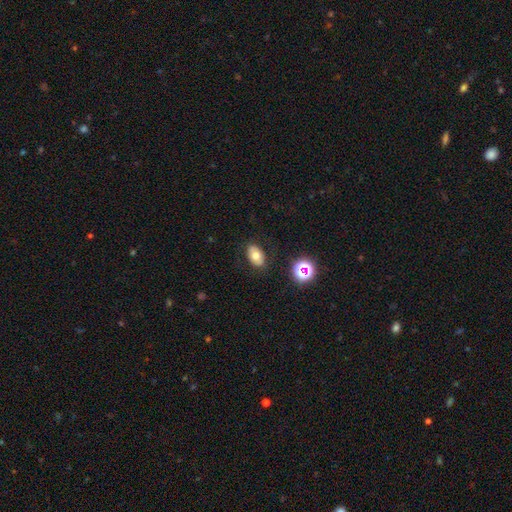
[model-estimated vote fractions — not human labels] Smooth or featured: smooth — 68% (featured or disk — 20%)
How rounded: in between — 88% (round — 11%)
Merging: none — 84% (minor disturbance — 11%)